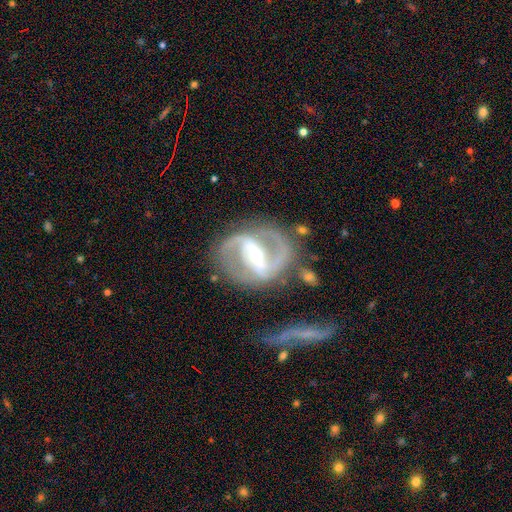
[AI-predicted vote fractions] Smooth or featured? Predicted: featured or disk (p=0.91). Edge-on disk? Predicted: no (p=0.97). Bar? Predicted: strong (p=0.68). Spiral arms? Predicted: yes (p=0.97). Spiral winding? Predicted: medium (p=0.55). Spiral arm count? Predicted: 2 (p=0.90). Bulge size? Predicted: moderate (p=0.50). Merging? Predicted: none (p=0.70).